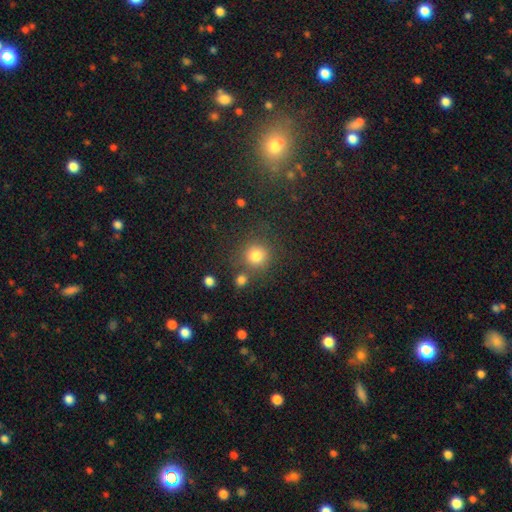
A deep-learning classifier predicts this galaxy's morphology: Smooth or featured? smooth (80%)
How rounded? round (91%)
Merging? none (73%)